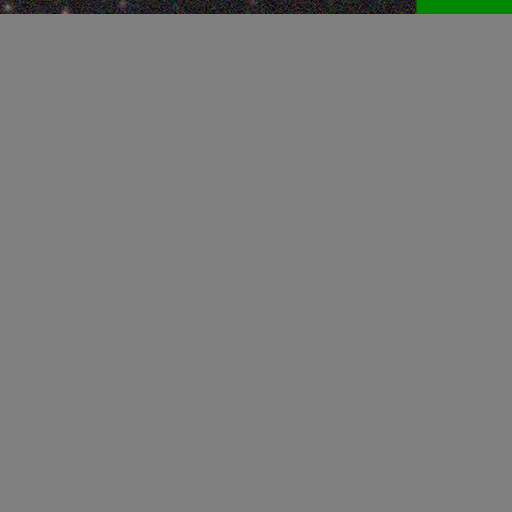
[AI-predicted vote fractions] Smooth or featured? Predicted: smooth (p=0.89). How rounded? Predicted: in between (p=0.55). Merging? Predicted: none (p=0.85).